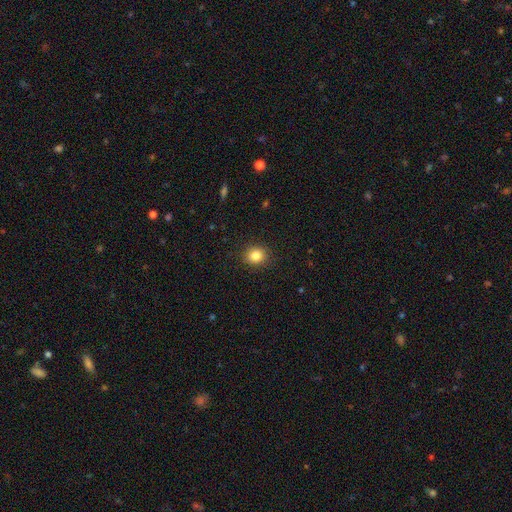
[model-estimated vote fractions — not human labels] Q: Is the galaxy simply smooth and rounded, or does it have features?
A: smooth — 84%.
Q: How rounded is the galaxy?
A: round — 80%.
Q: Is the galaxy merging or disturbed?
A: none — 90%.